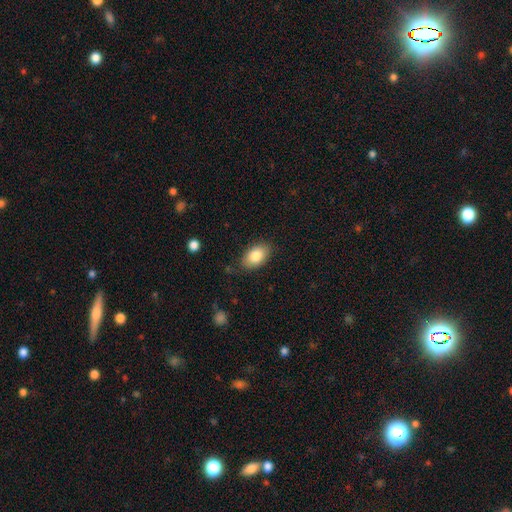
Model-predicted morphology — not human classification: A smooth galaxy with no disk features (84%) that is in between round and cigar-shaped (91%).

Vote fractions:
- Smooth or featured? smooth: 84% / featured or disk: 9% / star or artifact: 7%
- How rounded? in between: 91% / round: 7% / cigar-shaped: 2%
- Merging? none: 82% / minor disturbance: 14% / major disturbance: 3% / merger: 1%